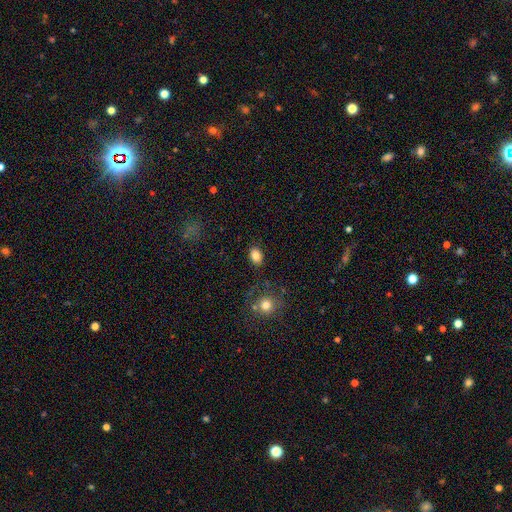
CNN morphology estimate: Smooth or featured?
  - smooth: 84% *
  - star or artifact: 9%
  - featured or disk: 7%
How rounded?
  - in between: 76% *
  - round: 23%
  - cigar-shaped: 1%
Merging?
  - none: 84% *
  - minor disturbance: 11%
  - major disturbance: 3%
  - merger: 3%